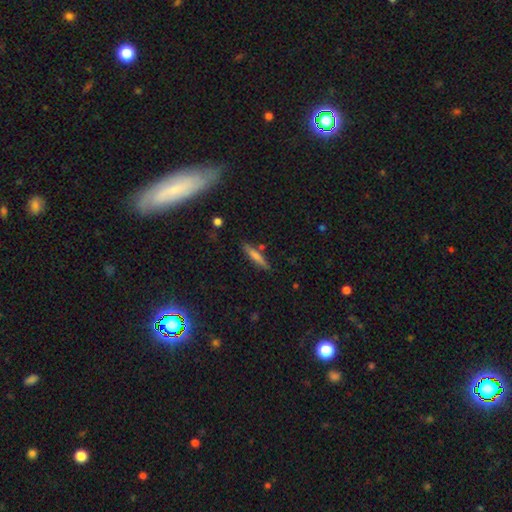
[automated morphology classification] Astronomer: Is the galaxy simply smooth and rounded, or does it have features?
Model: smooth — 59%.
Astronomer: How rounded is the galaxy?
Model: cigar-shaped — 88%.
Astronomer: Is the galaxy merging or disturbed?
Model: none — 83%.